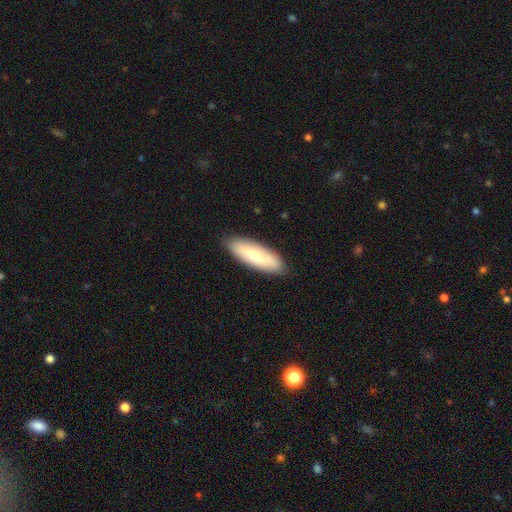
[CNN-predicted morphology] Smooth or featured?
  - smooth: 68% *
  - featured or disk: 27%
  - star or artifact: 5%
How rounded?
  - in between: 54% *
  - cigar-shaped: 44%
  - round: 2%
Merging?
  - none: 89% *
  - minor disturbance: 8%
  - major disturbance: 2%
  - merger: 1%